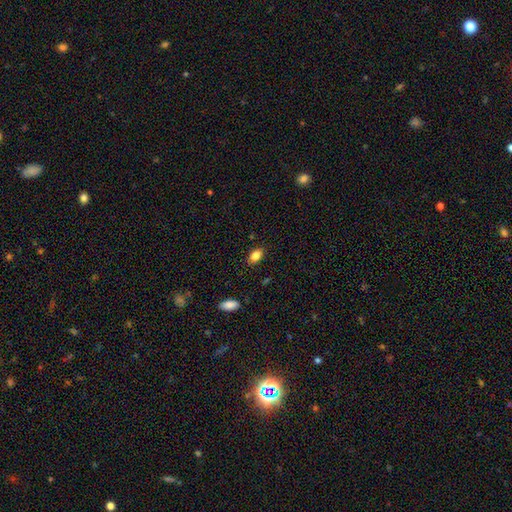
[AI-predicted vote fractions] A smooth galaxy with no disk features (84%) that is in between round and cigar-shaped (88%).

Vote fractions:
- Smooth or featured? smooth: 84% / star or artifact: 9% / featured or disk: 7%
- How rounded? in between: 88% / round: 9% / cigar-shaped: 3%
- Merging? none: 86% / minor disturbance: 11% / major disturbance: 2% / merger: 1%